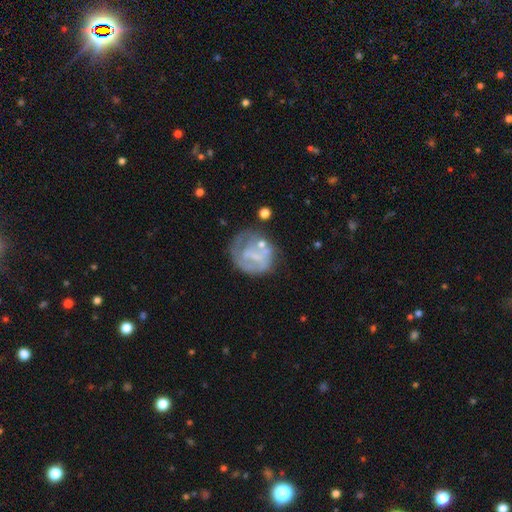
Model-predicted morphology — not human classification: type=featured or disk (59%); edge-on=no (98%); bar=no (57%); spiral arms=no (60%); bulge=none (46%); merging=none (47%).